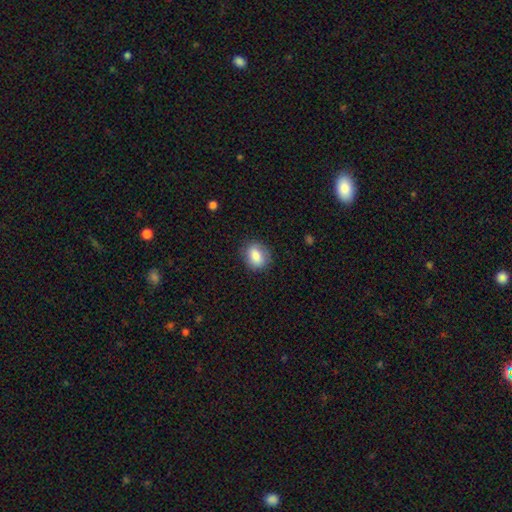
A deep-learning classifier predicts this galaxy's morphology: Overall: smooth (82%). How rounded: in between (58%; round 40%). Merging: none (83%).